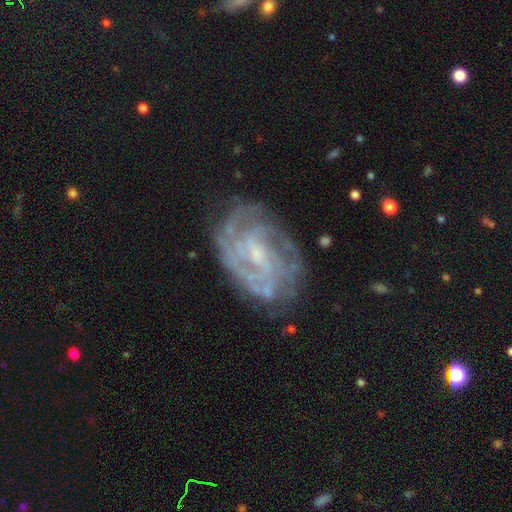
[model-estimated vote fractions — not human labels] The model was most divided on "bar": weak: 48%, no: 40%, strong: 12%. Remaining: edge-on disk — no (97%); spiral arms — yes (92%); smooth or featured — featured or disk (85%); merging — none (70%); spiral winding — tight (62%); bulge size — small (61%); spiral arm count — can't tell (37%).